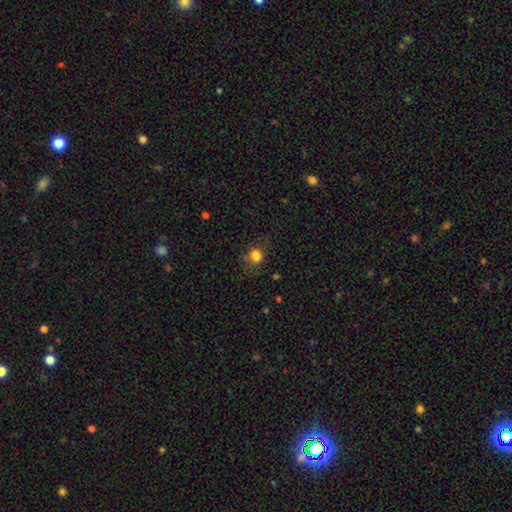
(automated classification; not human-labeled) Smooth or featured?
  - smooth: 81% *
  - star or artifact: 12%
  - featured or disk: 7%
How rounded?
  - round: 73% *
  - in between: 26%
  - cigar-shaped: 1%
Merging?
  - none: 68% *
  - minor disturbance: 20%
  - major disturbance: 11%
  - merger: 1%